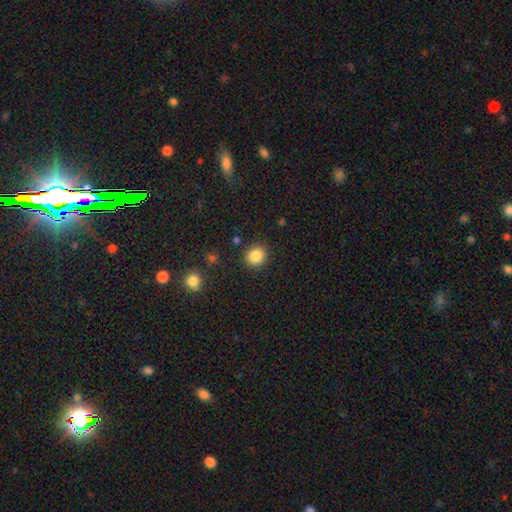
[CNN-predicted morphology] The model was most divided on "how rounded": round: 82%, in between: 17%, cigar-shaped: 1%. More confident: merging — none (89%); smooth or featured — smooth (86%).